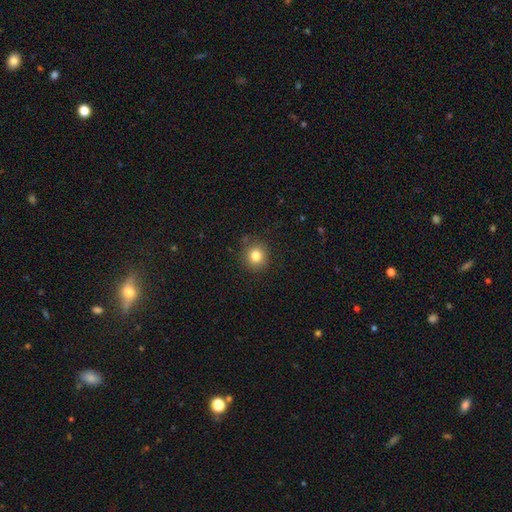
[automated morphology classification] This is clearly a smooth galaxy (81%). How rounded: clearly round (89%). Merging: clearly none (85%).